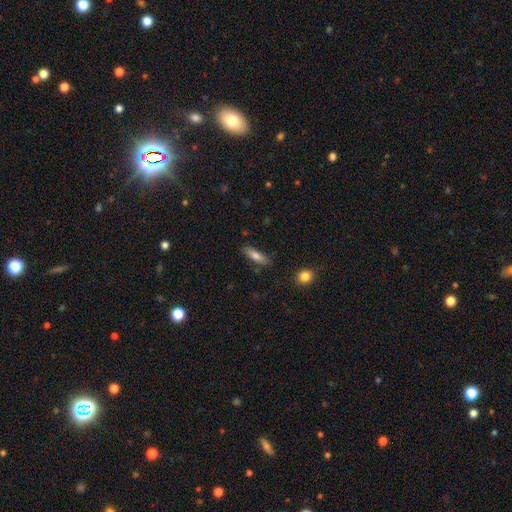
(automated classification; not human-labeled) Smooth or featured? Predicted: smooth (p=0.74). How rounded? Predicted: cigar-shaped (p=0.52). Merging? Predicted: none (p=0.82).